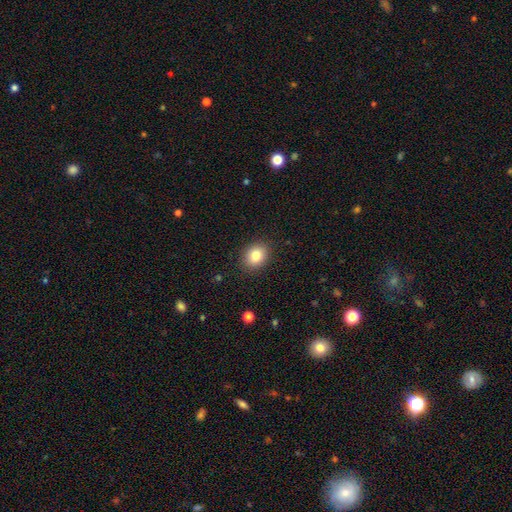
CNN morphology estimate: A smooth galaxy with no disk features (83%) that is in between round and cigar-shaped (50%). Merging: none (88%).